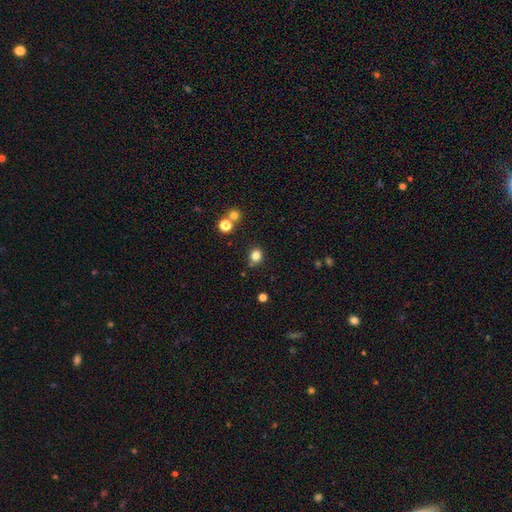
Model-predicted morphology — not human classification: The model was most divided on "how rounded": round: 67%, in between: 32%, cigar-shaped: 1%. More confident: smooth or featured — smooth (81%); merging — none (77%).